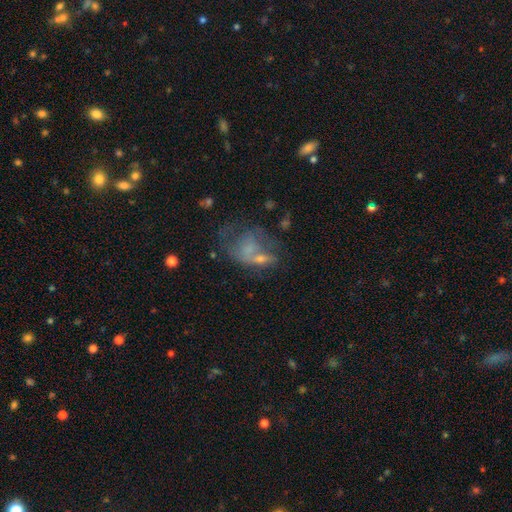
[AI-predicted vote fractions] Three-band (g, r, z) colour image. It shows a featured or disk galaxy (46%). Merging: major disturbance (35%).